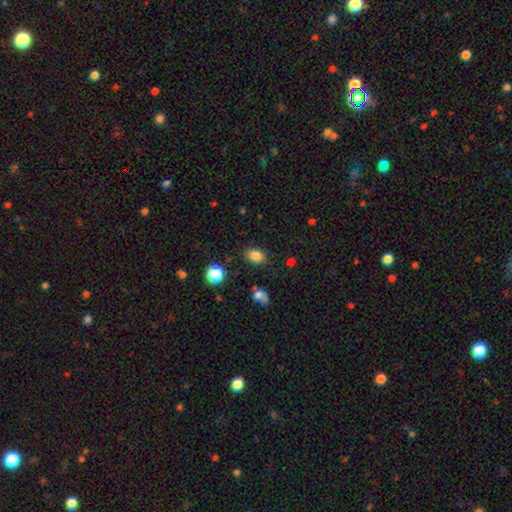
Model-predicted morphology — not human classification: The model was most divided on "how rounded": in between: 75%, round: 23%, cigar-shaped: 1%. More confident: merging — none (83%); smooth or featured — smooth (83%).